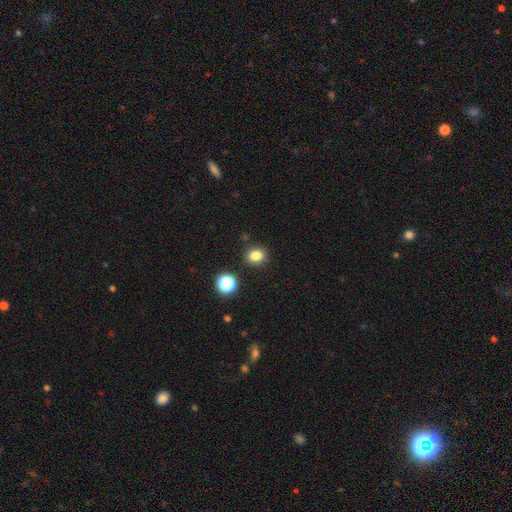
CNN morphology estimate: Overall: smooth (81%). How rounded: round (68%; in between 31%). Merging: none (88%).